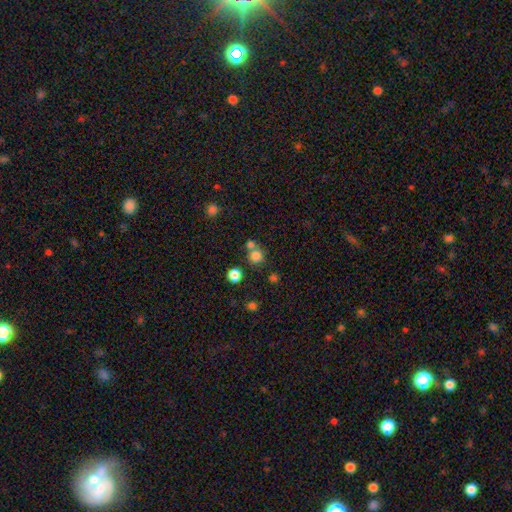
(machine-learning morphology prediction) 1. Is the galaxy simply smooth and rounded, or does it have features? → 78% smooth, 15% star or artifact, 7% featured or disk.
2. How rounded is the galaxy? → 90% round, 9% in between, 1% cigar-shaped.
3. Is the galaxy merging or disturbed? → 63% none, 26% merger, 7% minor disturbance, 3% major disturbance.